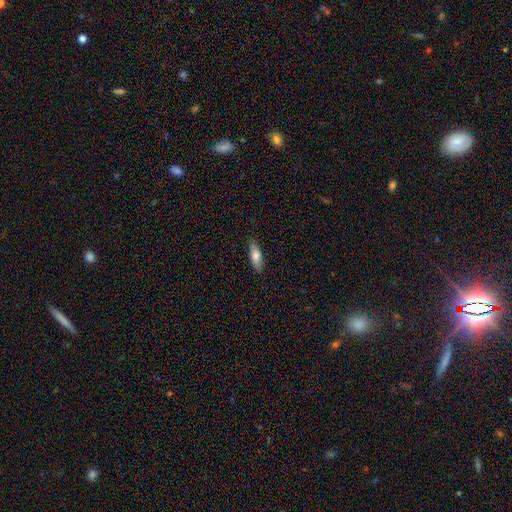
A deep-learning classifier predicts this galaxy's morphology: smooth_or_featured: smooth (p=0.75) [alt: featured or disk p=0.19]
how_rounded: in between (p=0.66) [alt: cigar-shaped p=0.32]
merging: none (p=0.84) [alt: minor disturbance p=0.13]